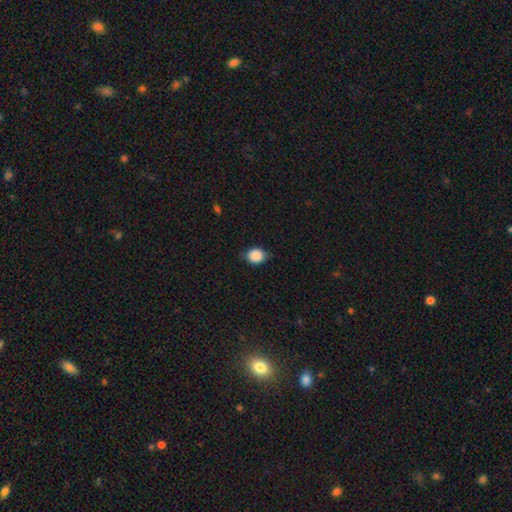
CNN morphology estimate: A smooth galaxy with no disk features (85%) that is round (55%). Merging: none (73%).